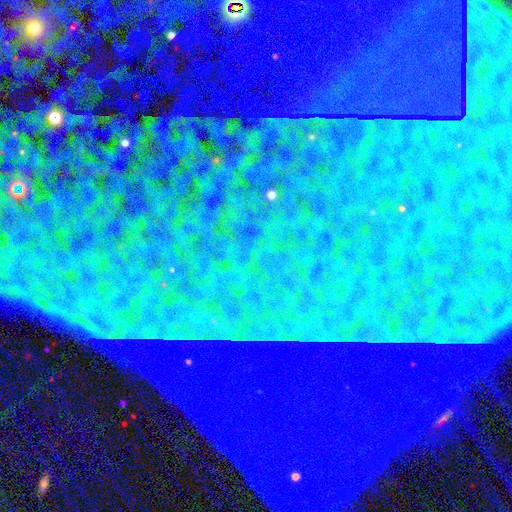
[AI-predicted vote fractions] This appears to be a star or artifact, not a galaxy (88%).